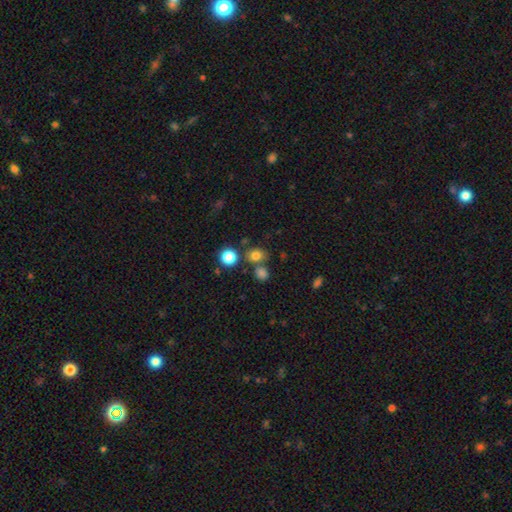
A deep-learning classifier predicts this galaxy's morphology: Q: Smooth or featured?
A: smooth (76%); runner-up: star or artifact (17%)
Q: How rounded?
A: round (69%); runner-up: in between (30%)
Q: Merging?
A: none (68%); runner-up: merger (18%)